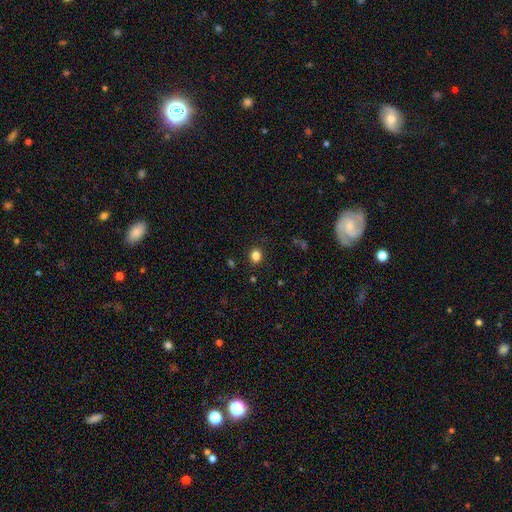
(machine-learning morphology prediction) A smooth galaxy with no disk features (83%) that is round (72%). Merging: none (89%).